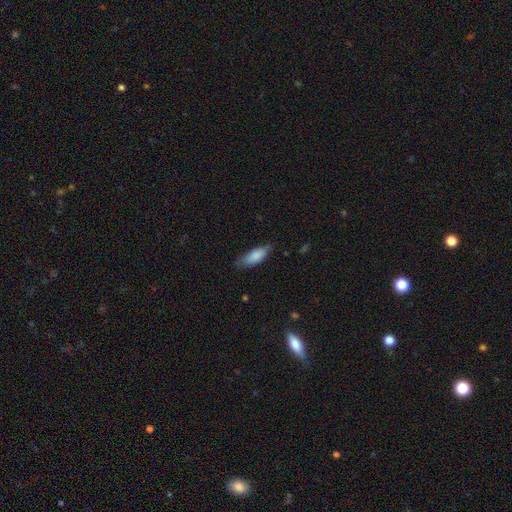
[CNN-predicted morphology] Smooth or featured? smooth (84%)
How rounded? in between (67%)
Merging? none (74%)